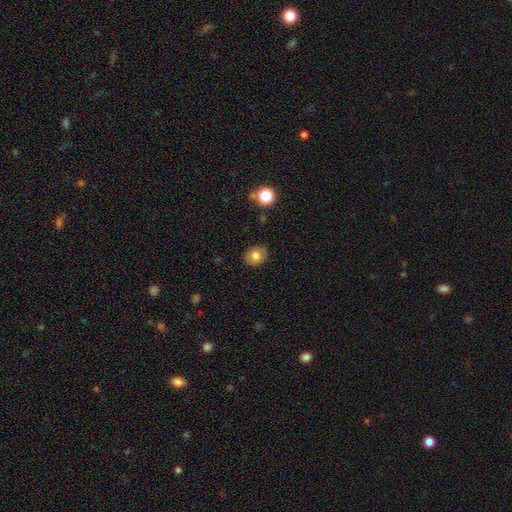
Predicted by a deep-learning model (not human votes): smooth_or_featured: smooth (p=0.80) [alt: featured or disk p=0.11]
how_rounded: round (p=0.62) [alt: in between p=0.37]
merging: none (p=0.86) [alt: minor disturbance p=0.10]